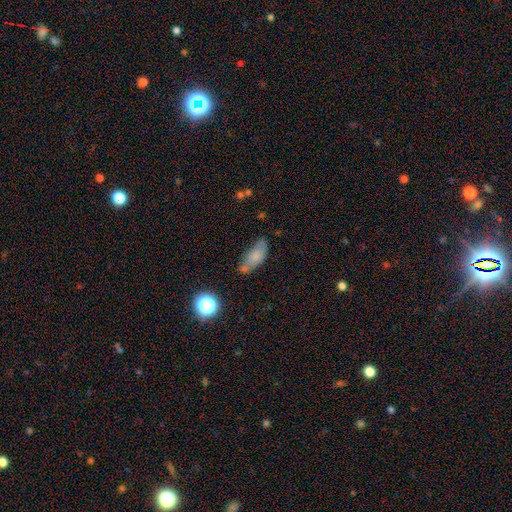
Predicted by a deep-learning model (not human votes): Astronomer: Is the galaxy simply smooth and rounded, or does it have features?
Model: smooth — 72%.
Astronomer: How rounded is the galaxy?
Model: in between — 79%.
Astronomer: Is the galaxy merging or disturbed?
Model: none — 50% (runner-up: minor disturbance, 30%).